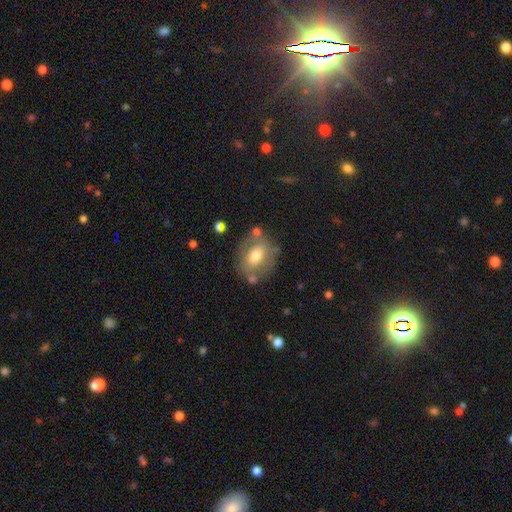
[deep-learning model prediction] Smooth or featured: smooth — 51% (featured or disk — 41%)
How rounded: in between — 59% (round — 39%)
Merging: none — 63% (minor disturbance — 19%)